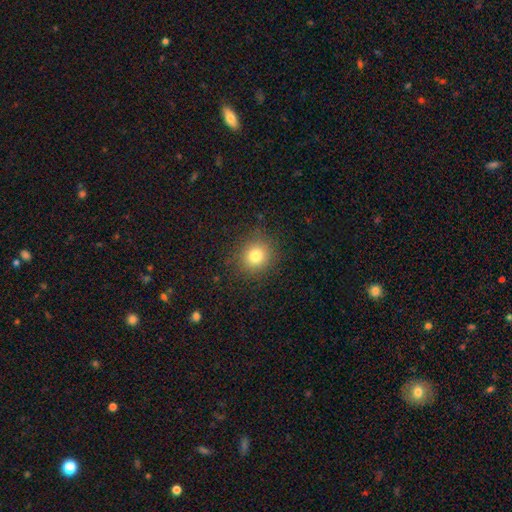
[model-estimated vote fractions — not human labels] This is likely a smooth galaxy (79%). How rounded: clearly round (88%). Merging: clearly none (88%).